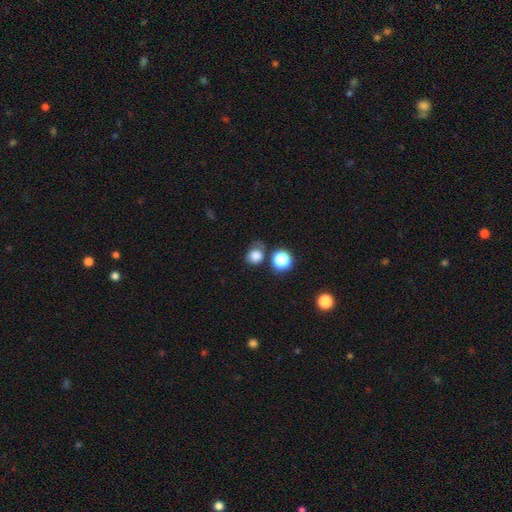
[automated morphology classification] smooth-or-featured: smooth: 80% | star or artifact: 13% | featured or disk: 7%
  how-rounded: round: 74% | in between: 25% | cigar-shaped: 1%
  merging: none: 58% | minor disturbance: 20% | merger: 13% | major disturbance: 9%